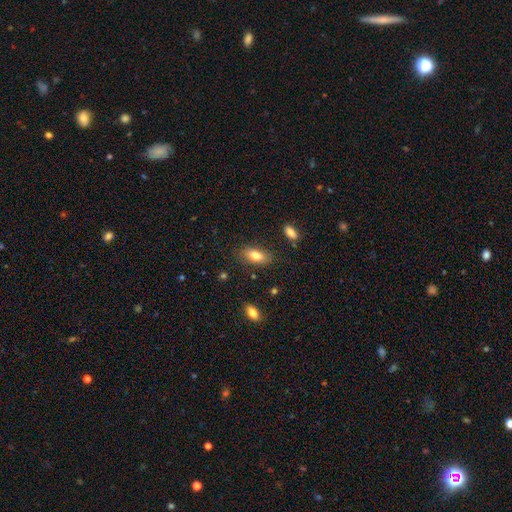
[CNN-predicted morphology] Smooth or featured? smooth (79%)
How rounded? in between (86%)
Merging? none (82%)